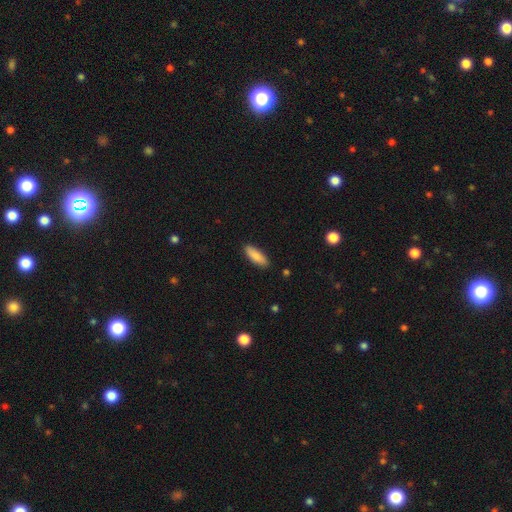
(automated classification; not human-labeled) This appears to be a smooth galaxy with no disk features (86%) that is in between round and cigar-shaped (62%). Merging: none (88%).